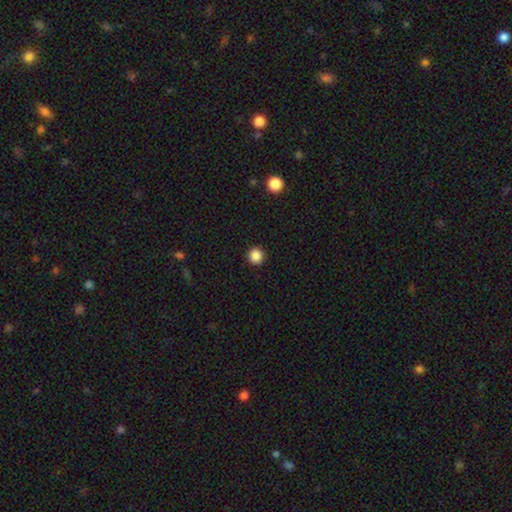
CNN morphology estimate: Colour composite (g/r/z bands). It shows a smooth galaxy with no disk features (87%) that is round (94%). Merging: none (93%).